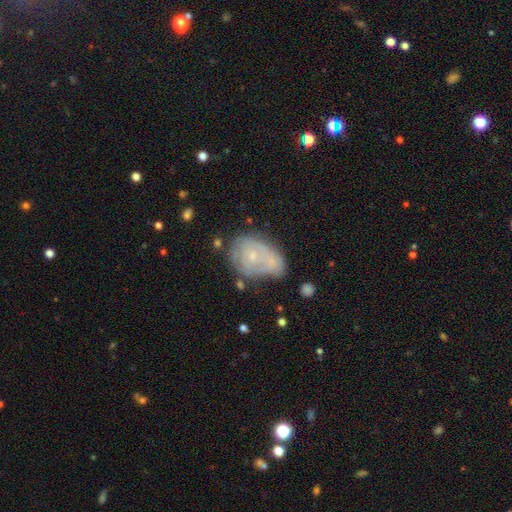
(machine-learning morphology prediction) featured or disk 54%, smooth 36%, star or artifact 10%. Down the decision tree: edge-on disk — no (96%); bar — no (81%); spiral arms — yes (56%); bulge size — small (74%); merging — none (44%).